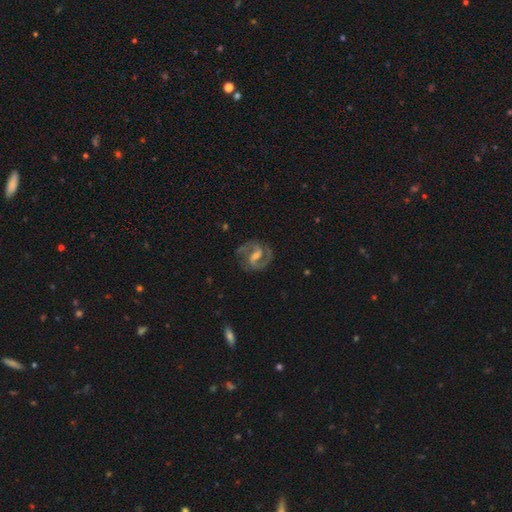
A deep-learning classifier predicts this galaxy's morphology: This is clearly a featured or disk galaxy (92%). It is clearly not viewed edge-on (98%). Bar: possibly weak (51%). Spiral arm pattern: clearly yes (98%). Spiral arm count: clearly 2 (93%). Spiral winding: likely medium (64%). Central bulge: possibly moderate (47%). Merging: likely none (79%).